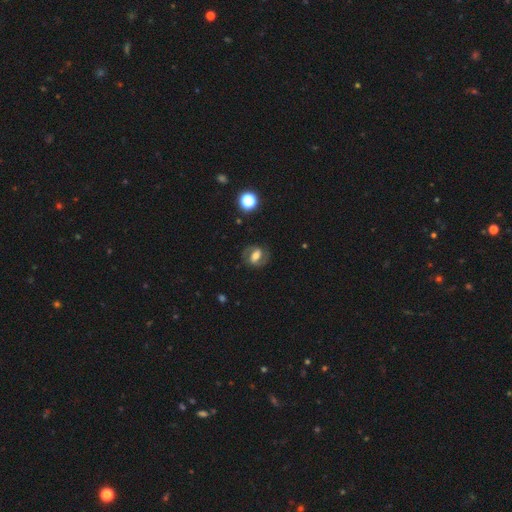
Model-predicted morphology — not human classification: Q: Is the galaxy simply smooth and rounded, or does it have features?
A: featured or disk — 65%.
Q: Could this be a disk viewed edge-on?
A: no — 95%.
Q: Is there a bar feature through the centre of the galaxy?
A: strong — 41%.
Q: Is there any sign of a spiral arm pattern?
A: yes — 80%.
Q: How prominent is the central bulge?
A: moderate — 52%.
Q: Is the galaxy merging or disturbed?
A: none — 79%.